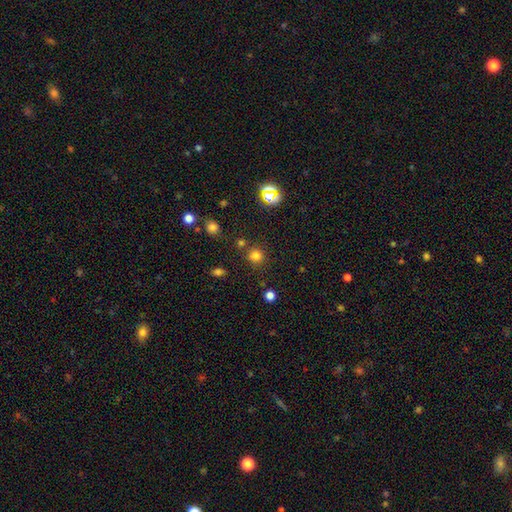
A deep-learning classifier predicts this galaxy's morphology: type=smooth (74%); roundness=round (89%); merging=none (77%).